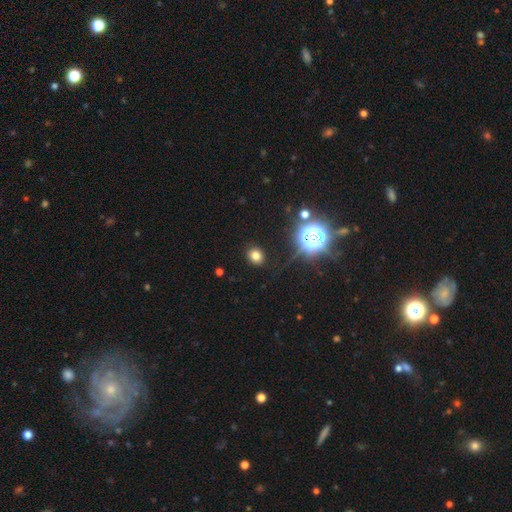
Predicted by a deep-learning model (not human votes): Q: Smooth or featured?
A: smooth (73%); runner-up: star or artifact (20%)
Q: How rounded?
A: round (67%); runner-up: in between (32%)
Q: Merging?
A: none (87%); runner-up: minor disturbance (8%)